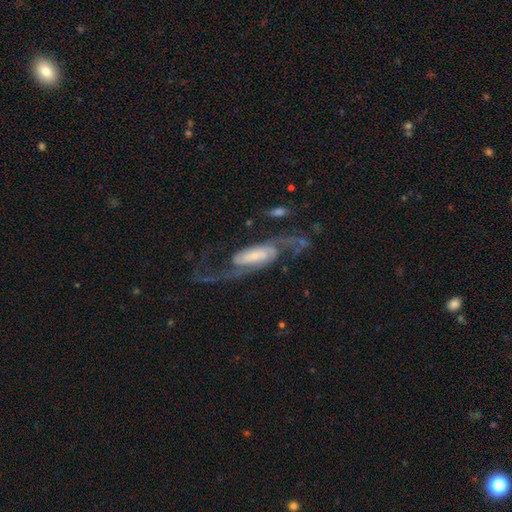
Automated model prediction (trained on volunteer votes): Q: Smooth or featured?
A: featured or disk (88%); runner-up: smooth (6%)
Q: Edge-on disk?
A: no (93%); runner-up: yes (7%)
Q: Bar?
A: weak (36%); runner-up: no (34%)
Q: Spiral arms?
A: yes (97%); runner-up: no (3%)
Q: Spiral winding?
A: medium (44%); runner-up: loose (42%)
Q: Spiral arm count?
A: 2 (88%); runner-up: 3 (4%)
Q: Bulge size?
A: small (51%); runner-up: moderate (19%)
Q: Merging?
A: none (63%); runner-up: major disturbance (20%)